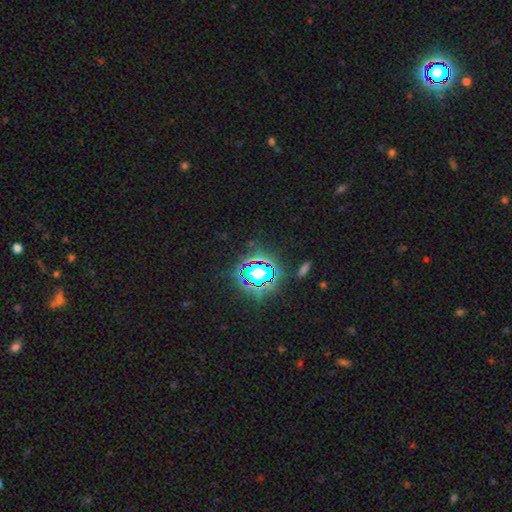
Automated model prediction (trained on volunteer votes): This appears to be a star or artifact, not a galaxy (81%).